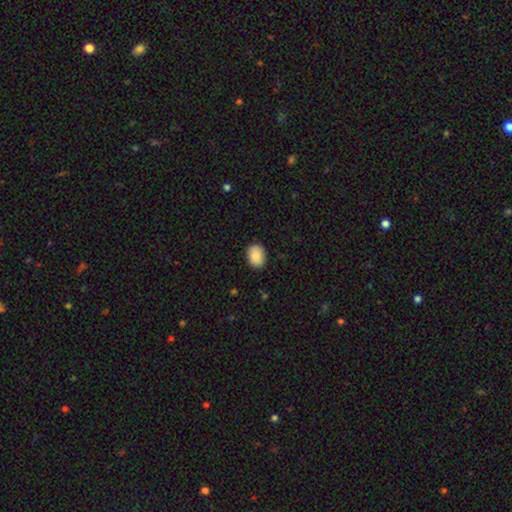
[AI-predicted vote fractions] smooth-or-featured: smooth: 90% | star or artifact: 7% | featured or disk: 4%
  how-rounded: in between: 70% | round: 29% | cigar-shaped: 1%
  merging: none: 88% | minor disturbance: 9% | major disturbance: 2% | merger: 1%